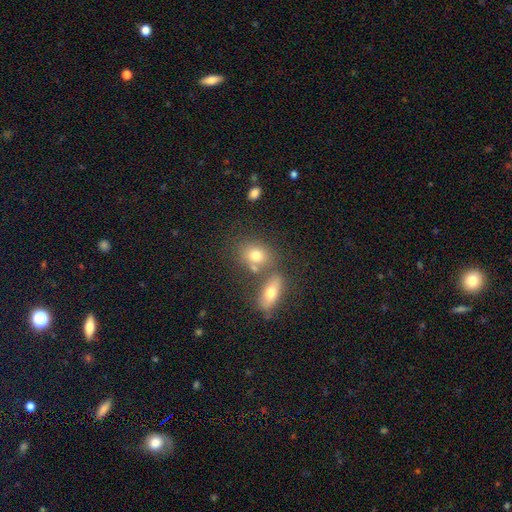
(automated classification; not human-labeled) Overall: smooth (74%). How rounded: in between (65%; round 32%). Merging: none (49%; merger 35%).